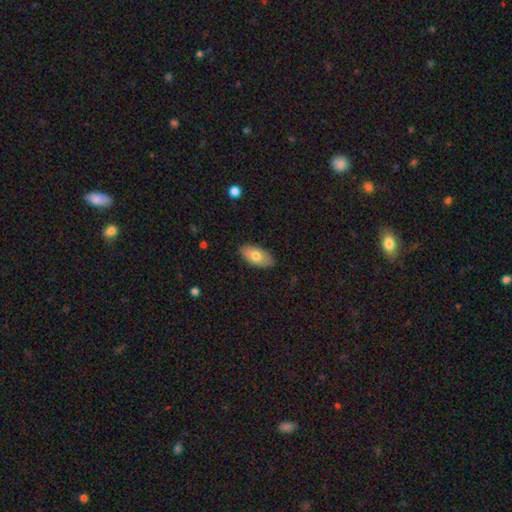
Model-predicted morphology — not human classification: Overall: smooth (71%). How rounded: in between (93%). Merging: none (86%).